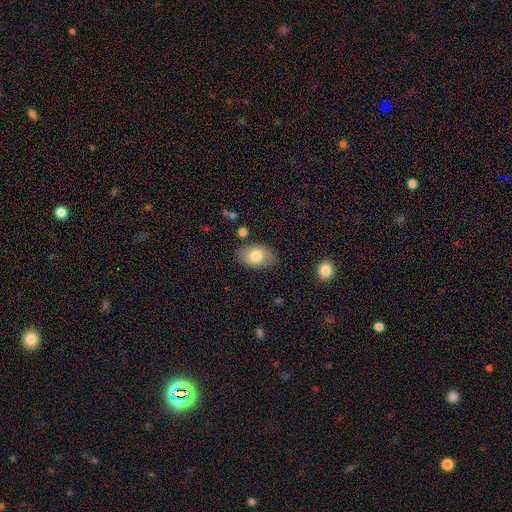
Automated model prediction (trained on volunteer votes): Overall: smooth (77%). How rounded: in between (87%). Merging: none (80%).